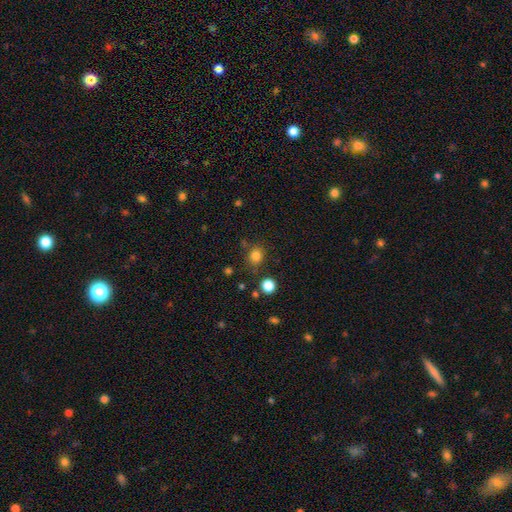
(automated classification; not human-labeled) Overall: smooth (81%). How rounded: round (78%). Merging: none (76%).